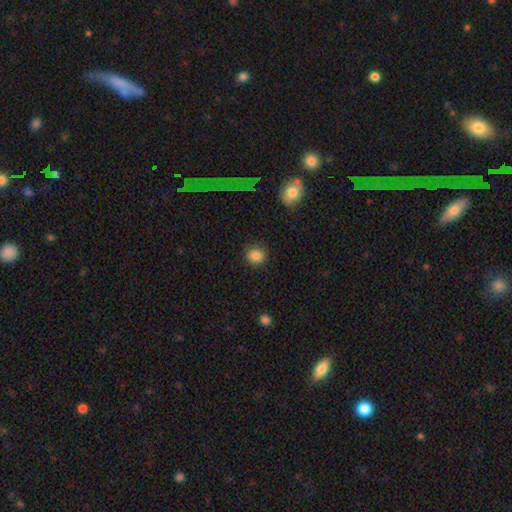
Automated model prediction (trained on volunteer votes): smooth 86%, star or artifact 10%, featured or disk 4%. Down the decision tree: how rounded — round (82%); merging — none (87%).